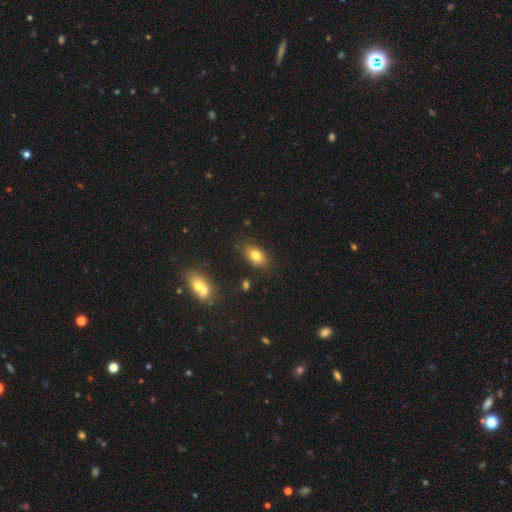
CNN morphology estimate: Smooth or featured: smooth — 79% (featured or disk — 11%)
How rounded: in between — 86% (round — 12%)
Merging: none — 80% (minor disturbance — 12%)